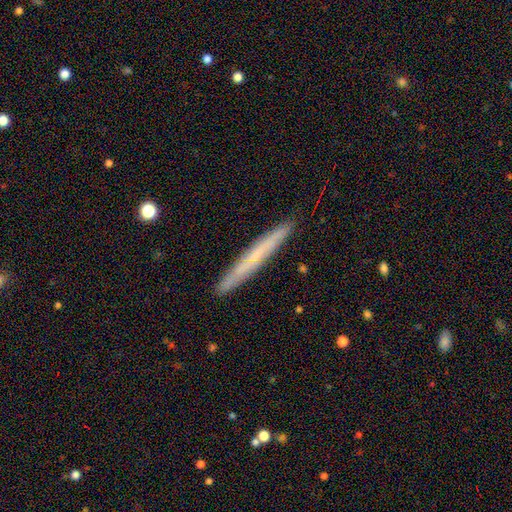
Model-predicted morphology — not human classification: Overall: smooth (49%; featured or disk 44%). Merging: none (91%).